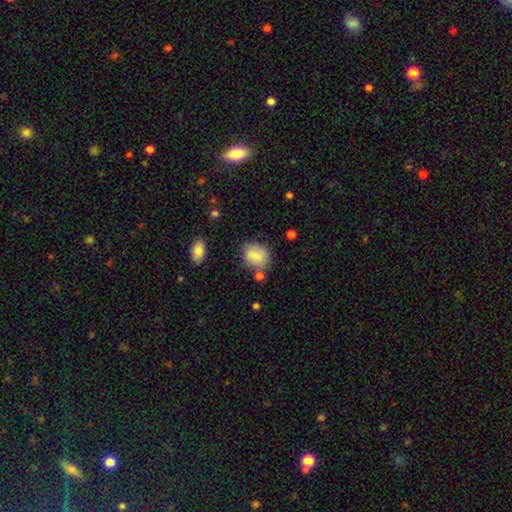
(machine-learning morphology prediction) A smooth galaxy with no disk features (80%) that is round (52%).

Vote fractions:
- Smooth or featured? smooth: 80% / featured or disk: 12% / star or artifact: 8%
- How rounded? round: 52% / in between: 47% / cigar-shaped: 1%
- Merging? none: 65% / minor disturbance: 20% / merger: 9% / major disturbance: 6%